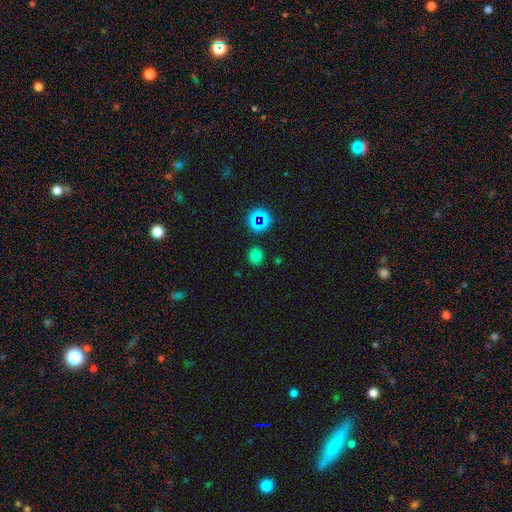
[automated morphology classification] smooth 72%, star or artifact 21%, featured or disk 7%. Down the decision tree: how rounded — round (77%); merging — none (87%).